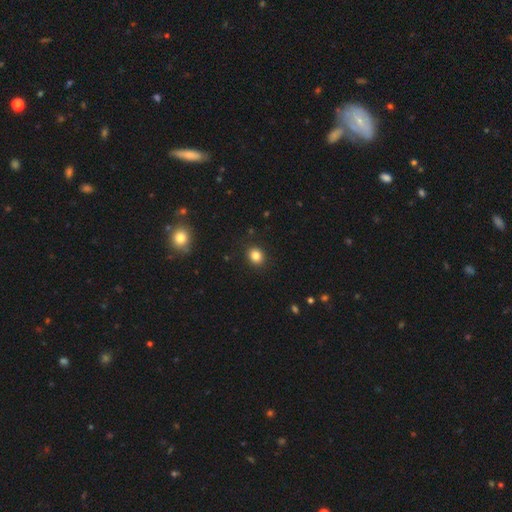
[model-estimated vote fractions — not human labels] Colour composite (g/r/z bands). It shows a smooth galaxy with no disk features (84%) that is round (72%). Merging: none (91%).